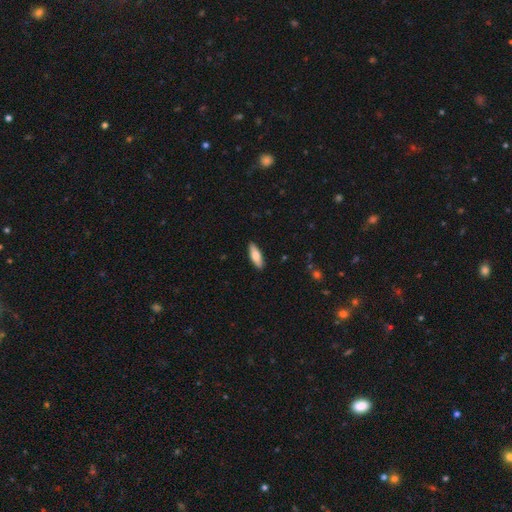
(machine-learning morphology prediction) Overall: smooth (75%). How rounded: in between (58%; cigar-shaped 40%). Merging: none (89%).